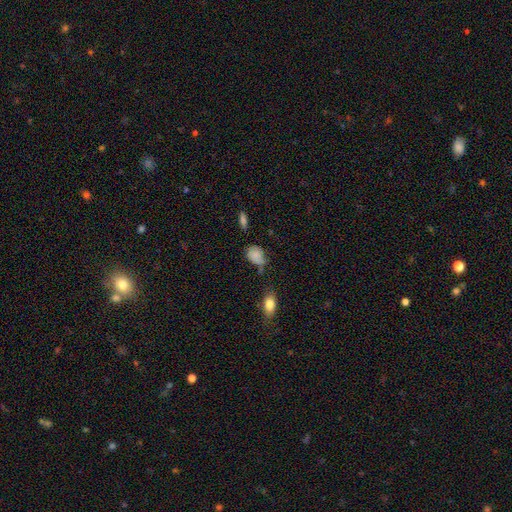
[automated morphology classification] smooth 79%, featured or disk 11%, star or artifact 10%. Down the decision tree: how rounded — in between (67%); merging — none (42%).